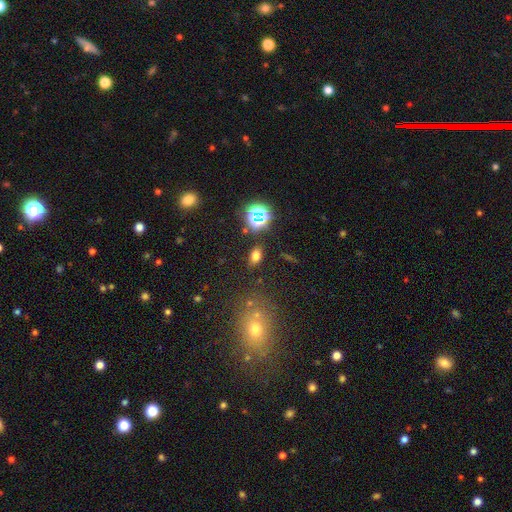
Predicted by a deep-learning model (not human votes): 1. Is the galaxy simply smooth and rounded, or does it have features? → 68% smooth, 21% star or artifact, 10% featured or disk.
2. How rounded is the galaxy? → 83% in between, 14% round, 3% cigar-shaped.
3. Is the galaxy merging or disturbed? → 83% none, 10% minor disturbance, 4% merger, 3% major disturbance.